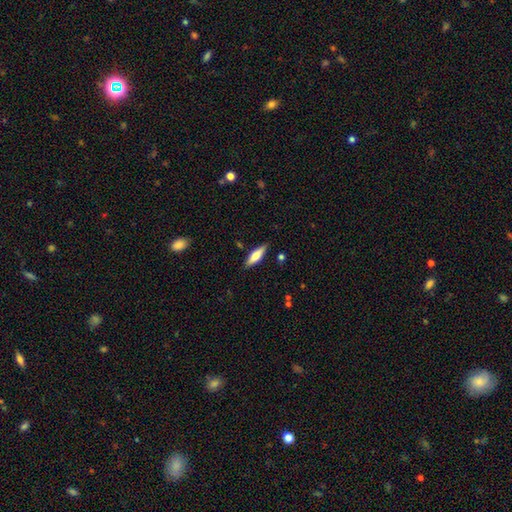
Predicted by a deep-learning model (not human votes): A smooth galaxy with no disk features (55%) that is cigar-shaped (56%). Merging: none (87%).